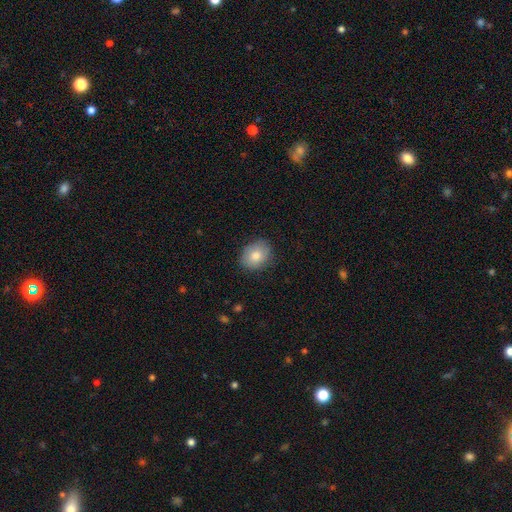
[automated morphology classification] Overall: smooth (79%). How rounded: in between (53%; round 46%). Merging: none (83%).